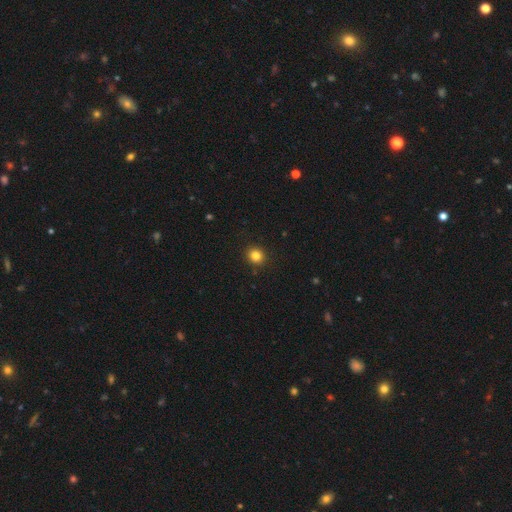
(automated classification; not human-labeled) smooth 83%, star or artifact 12%, featured or disk 5%. Down the decision tree: how rounded — round (87%); merging — none (91%).